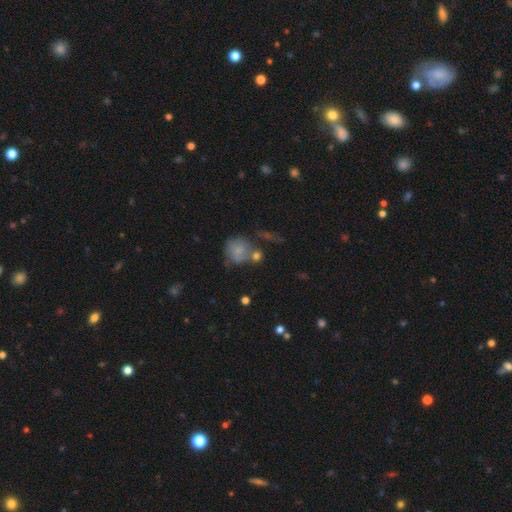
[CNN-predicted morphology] Smooth or featured: star or artifact — 41% (smooth — 39%)